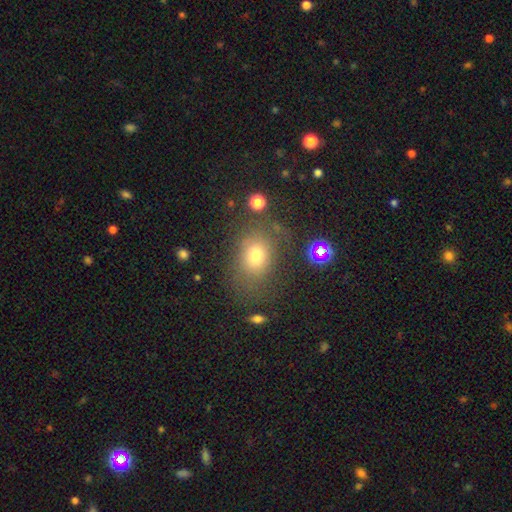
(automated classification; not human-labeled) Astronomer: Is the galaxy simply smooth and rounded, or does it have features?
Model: smooth — 71%.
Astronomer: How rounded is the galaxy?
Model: in between — 59% (runner-up: round, 40%).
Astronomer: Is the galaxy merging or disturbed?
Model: none — 69%.